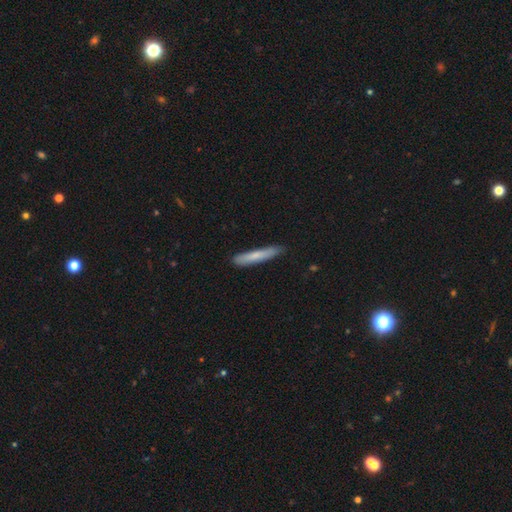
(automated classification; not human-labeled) smooth-or-featured: smooth: 73% | featured or disk: 21% | star or artifact: 6%
  how-rounded: cigar-shaped: 93% | in between: 6% | round: 1%
  merging: none: 84% | minor disturbance: 13% | major disturbance: 2% | merger: 1%